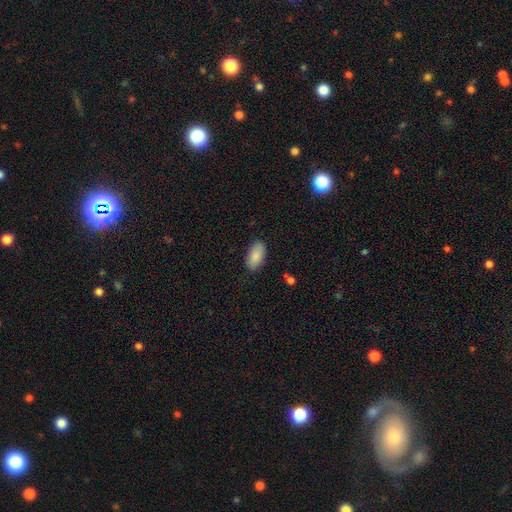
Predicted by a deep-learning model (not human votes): smooth 87%, featured or disk 7%, star or artifact 7%. Down the decision tree: how rounded — in between (93%); merging — none (86%).